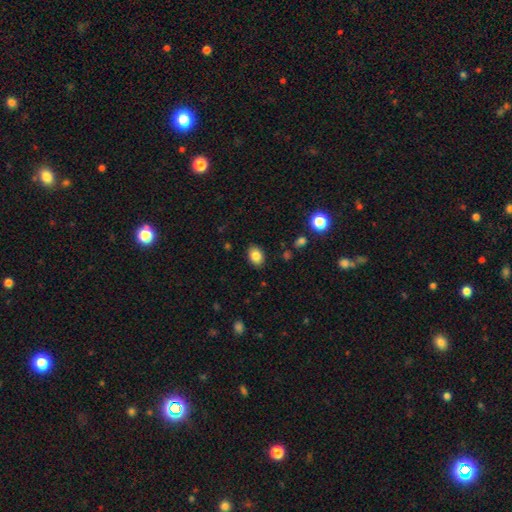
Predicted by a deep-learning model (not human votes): A smooth galaxy with no disk features (85%) that is in between round and cigar-shaped (74%). Merging: none (87%).